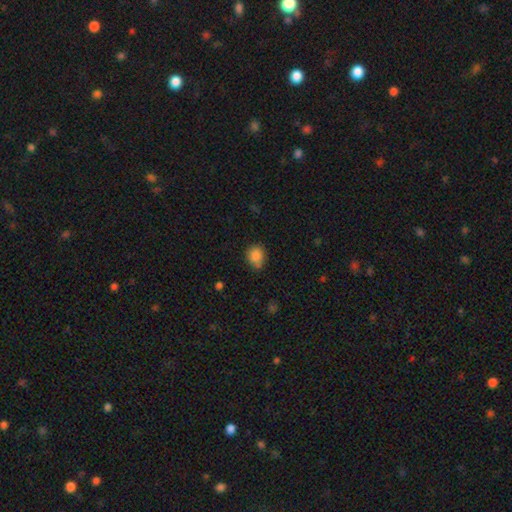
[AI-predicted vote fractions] Smooth or featured? smooth (85%)
How rounded? round (62%)
Merging? none (67%)